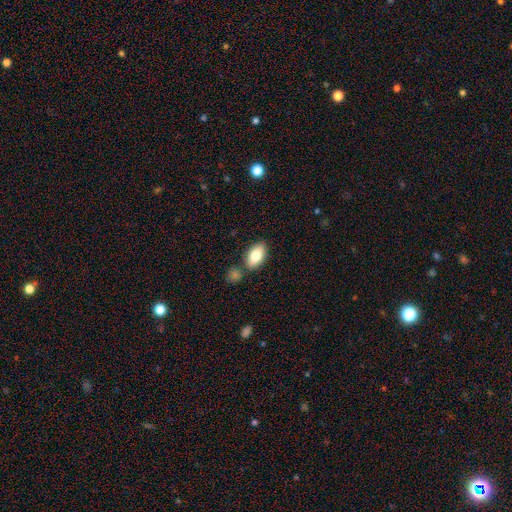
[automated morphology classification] Smooth or featured? Predicted: smooth (p=0.80). How rounded? Predicted: in between (p=0.92). Merging? Predicted: none (p=0.78).